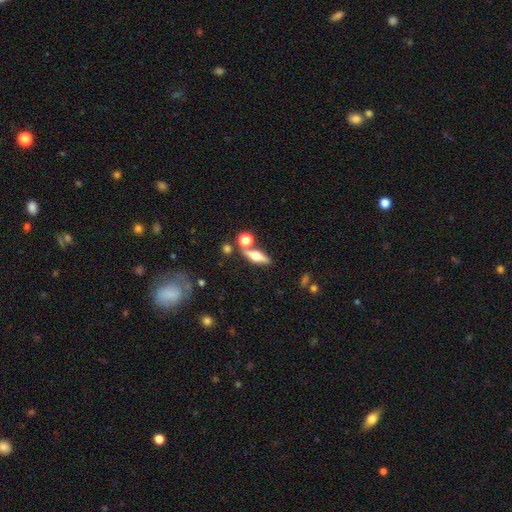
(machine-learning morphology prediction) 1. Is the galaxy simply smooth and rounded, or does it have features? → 54% featured or disk, 37% smooth, 9% star or artifact.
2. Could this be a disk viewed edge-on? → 90% yes, 10% no.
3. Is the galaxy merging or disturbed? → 72% none, 14% merger, 10% minor disturbance, 4% major disturbance.